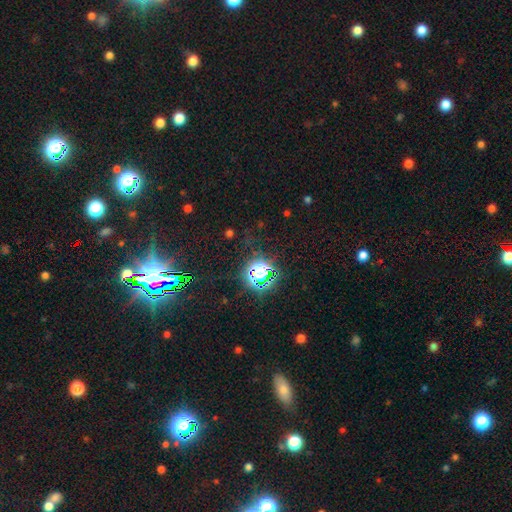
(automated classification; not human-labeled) Smooth or featured?
  - star or artifact: 79% *
  - smooth: 13%
  - featured or disk: 8%